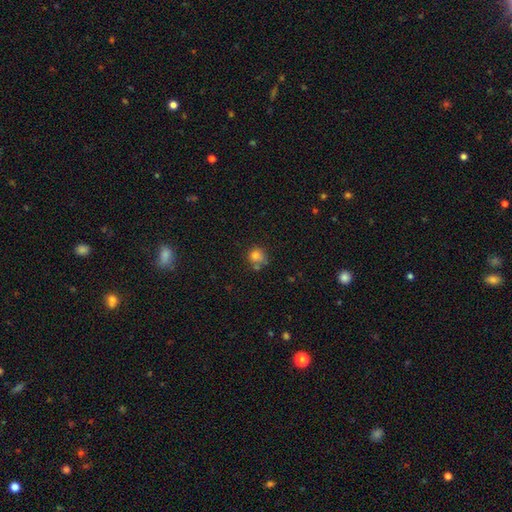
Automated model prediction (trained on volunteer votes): Morphology: type=smooth (78%); roundness=round (85%); merging=none (59%).